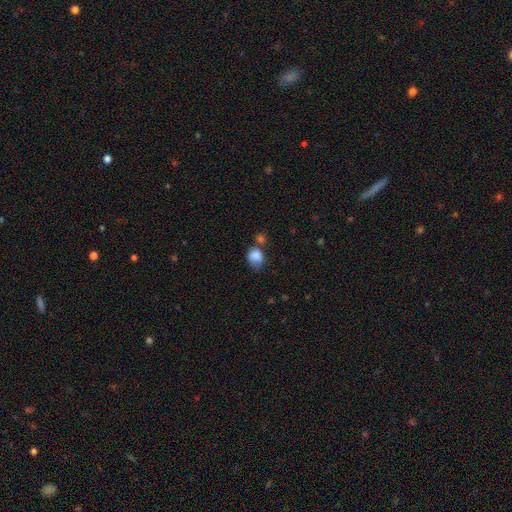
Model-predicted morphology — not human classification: Q: Smooth or featured?
A: smooth (84%); runner-up: star or artifact (9%)
Q: How rounded?
A: round (51%); runner-up: in between (48%)
Q: Merging?
A: none (41%); runner-up: minor disturbance (28%)